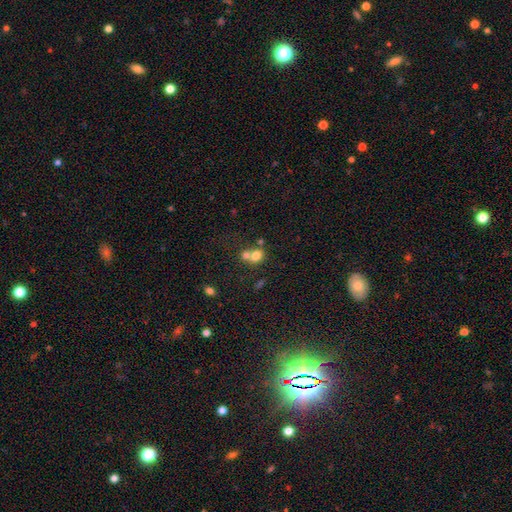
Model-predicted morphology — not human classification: Smooth or featured? smooth (74%)
How rounded? round (67%)
Merging? merger (58%)